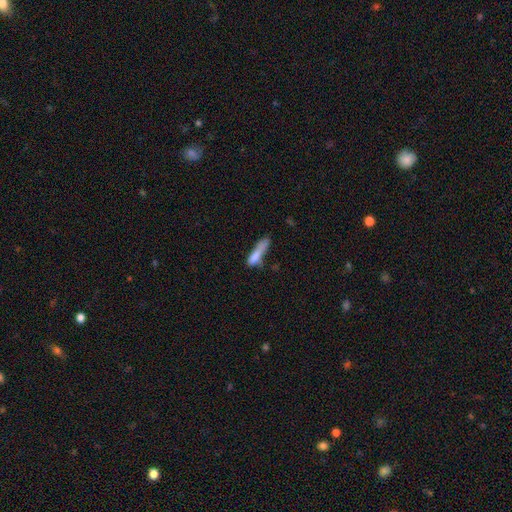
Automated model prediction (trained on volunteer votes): smooth_or_featured: smooth (p=0.75) [alt: featured or disk p=0.17]
how_rounded: cigar-shaped (p=0.75) [alt: in between p=0.23]
merging: none (p=0.34) [alt: minor disturbance p=0.28]